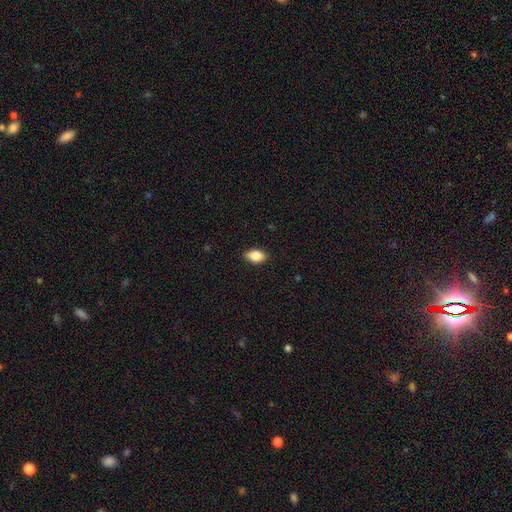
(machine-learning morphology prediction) Overall: smooth (84%). How rounded: in between (88%). Merging: none (88%).